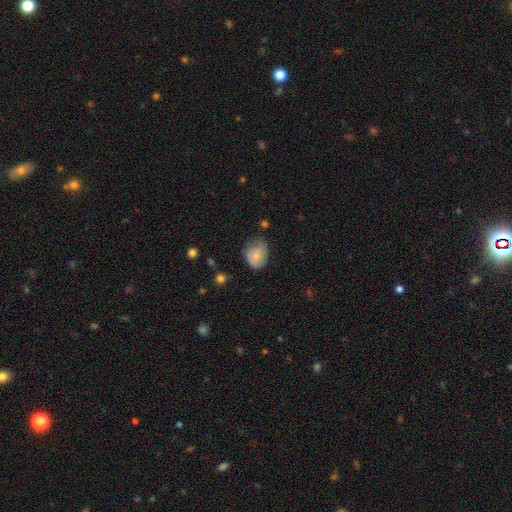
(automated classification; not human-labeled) Smooth or featured: smooth — 74% (featured or disk — 18%)
How rounded: in between — 55% (round — 44%)
Merging: none — 52% (minor disturbance — 37%)